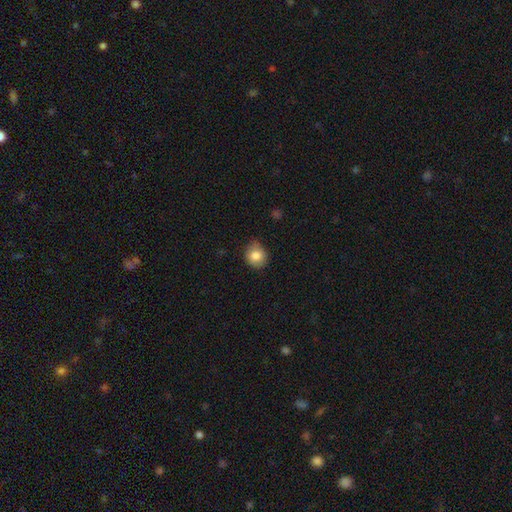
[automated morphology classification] Smooth or featured? smooth (82%)
How rounded? round (72%)
Merging? none (72%)